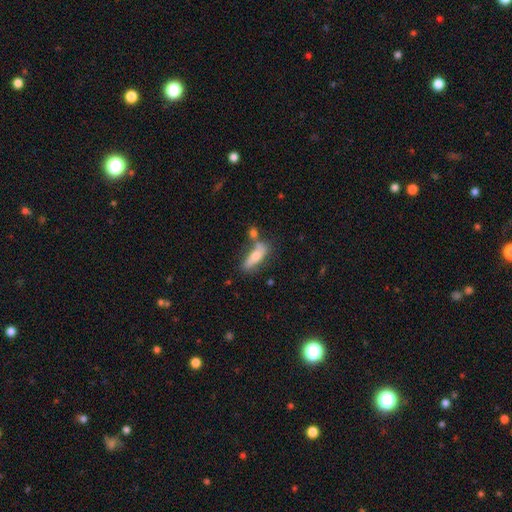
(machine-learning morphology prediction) Smooth or featured: smooth — 64% (featured or disk — 29%)
How rounded: in between — 49% (cigar-shaped — 48%)
Merging: none — 60% (merger — 18%)